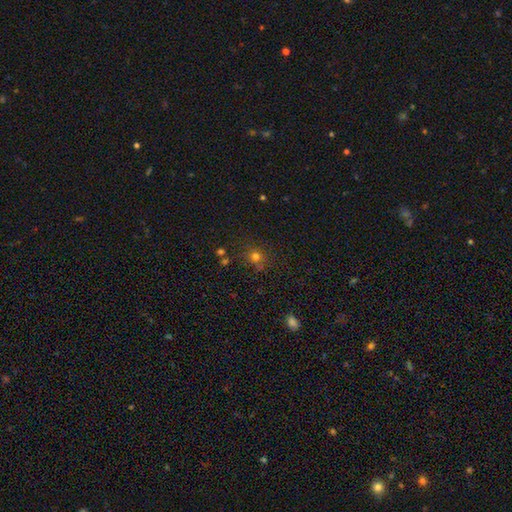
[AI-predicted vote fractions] Smooth or featured? smooth (63%)
How rounded? round (89%)
Merging? none (80%)